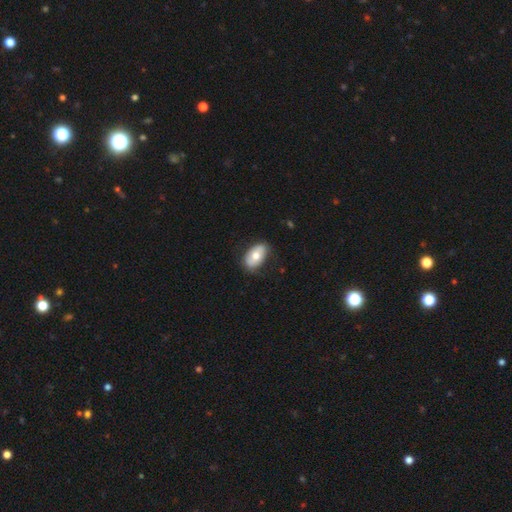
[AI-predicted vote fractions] Overall: smooth (67%). How rounded: in between (92%). Merging: none (77%).